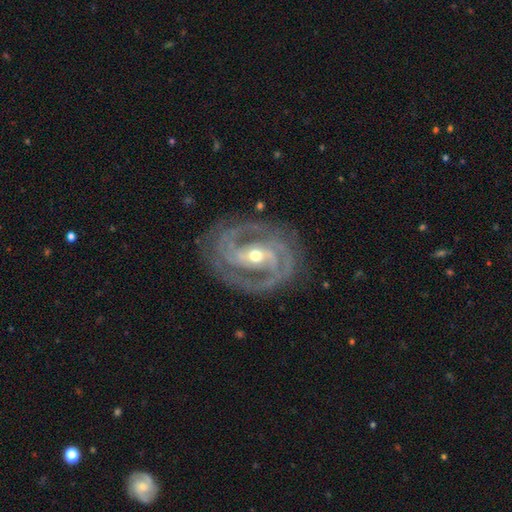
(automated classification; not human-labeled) Q: Smooth or featured?
A: featured or disk (93%); runner-up: star or artifact (4%)
Q: Edge-on disk?
A: no (97%); runner-up: yes (3%)
Q: Bar?
A: weak (38%); runner-up: strong (37%)
Q: Spiral arms?
A: yes (98%); runner-up: no (2%)
Q: Spiral winding?
A: tight (60%); runner-up: medium (35%)
Q: Spiral arm count?
A: 2 (59%); runner-up: 3 (23%)
Q: Bulge size?
A: moderate (57%); runner-up: small (39%)
Q: Merging?
A: none (79%); runner-up: minor disturbance (15%)